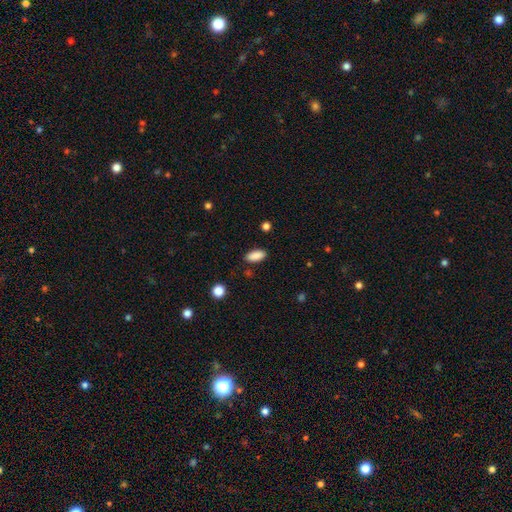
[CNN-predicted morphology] Q: Smooth or featured?
A: smooth (89%); runner-up: star or artifact (8%)
Q: How rounded?
A: in between (88%); runner-up: cigar-shaped (9%)
Q: Merging?
A: none (86%); runner-up: minor disturbance (10%)